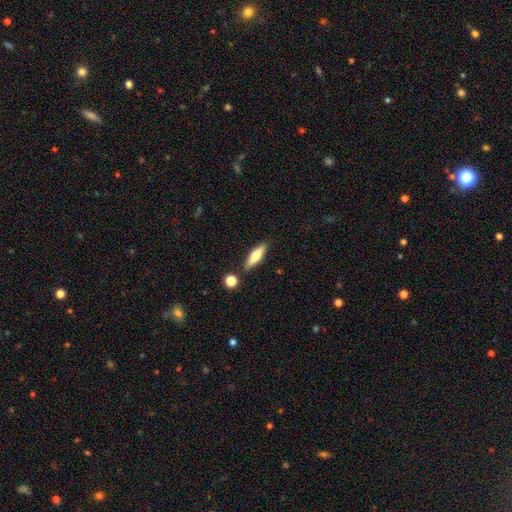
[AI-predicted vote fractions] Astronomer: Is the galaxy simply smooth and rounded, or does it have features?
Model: smooth — 59% (runner-up: featured or disk, 35%).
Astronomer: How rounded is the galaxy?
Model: cigar-shaped — 57% (runner-up: in between, 40%).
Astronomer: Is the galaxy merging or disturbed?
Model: none — 83%.